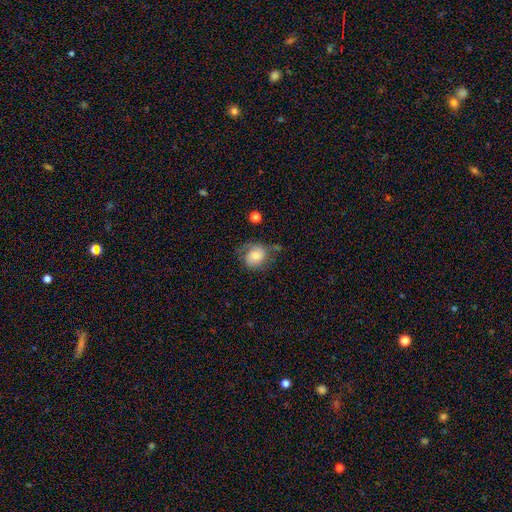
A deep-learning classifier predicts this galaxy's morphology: smooth 66%, featured or disk 25%, star or artifact 9%. Down the decision tree: how rounded — round (61%); merging — none (49%).